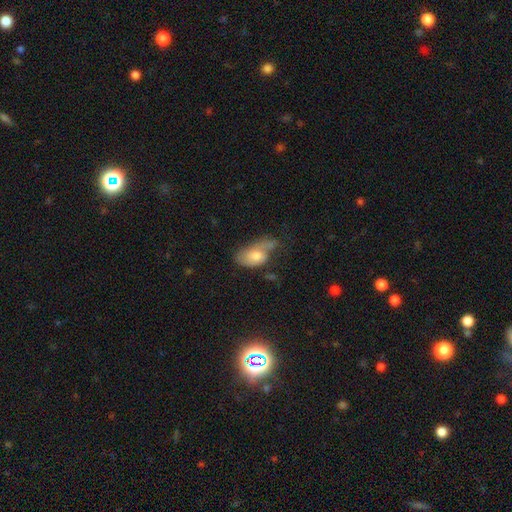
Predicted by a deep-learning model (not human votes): The model was most divided on "merging": minor disturbance: 32%, none: 29%, major disturbance: 27%, merger: 12%. More confident: how rounded — in between (88%); smooth or featured — smooth (66%).